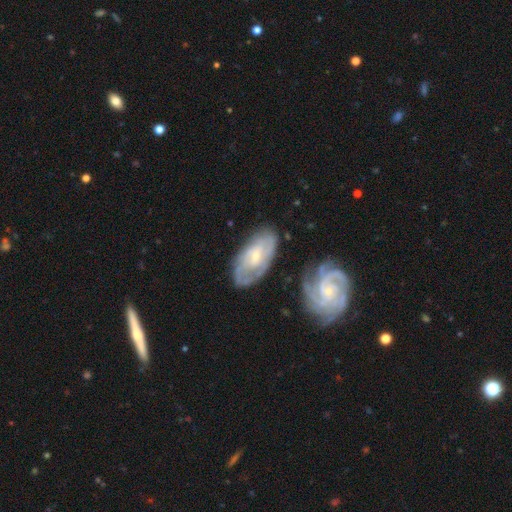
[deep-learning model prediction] Smooth or featured: featured or disk — 74% (smooth — 20%)
Edge-on disk: no — 93% (yes — 7%)
Bar: no — 51% (weak — 40%)
Spiral arms: yes — 88% (no — 12%)
Spiral winding: tight — 58% (medium — 32%)
Spiral arm count: can't tell — 46% (2 — 26%)
Bulge size: small — 68% (moderate — 27%)
Merging: none — 65% (minor disturbance — 20%)